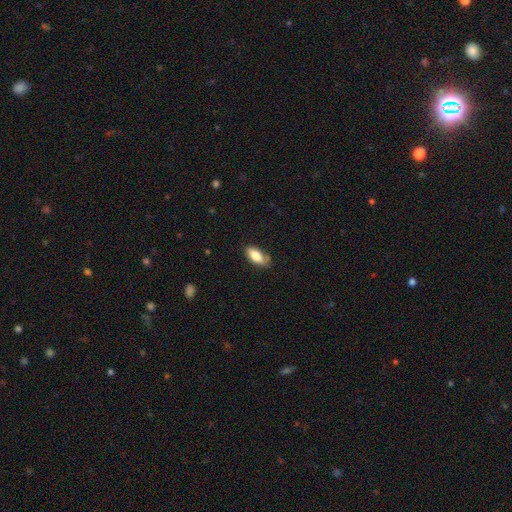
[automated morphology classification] Overall: smooth (82%). How rounded: in between (87%). Merging: none (68%).